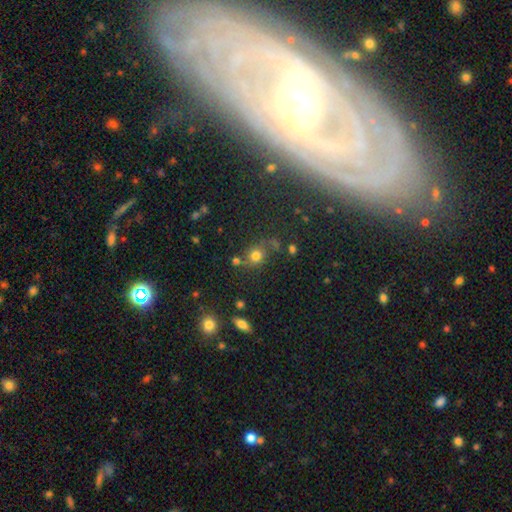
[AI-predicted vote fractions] A smooth galaxy with no disk features (68%) that is round (77%).

Vote fractions:
- Smooth or featured? smooth: 68% / star or artifact: 22% / featured or disk: 10%
- How rounded? round: 77% / in between: 22% / cigar-shaped: 2%
- Merging? none: 64% / minor disturbance: 15% / merger: 13% / major disturbance: 7%